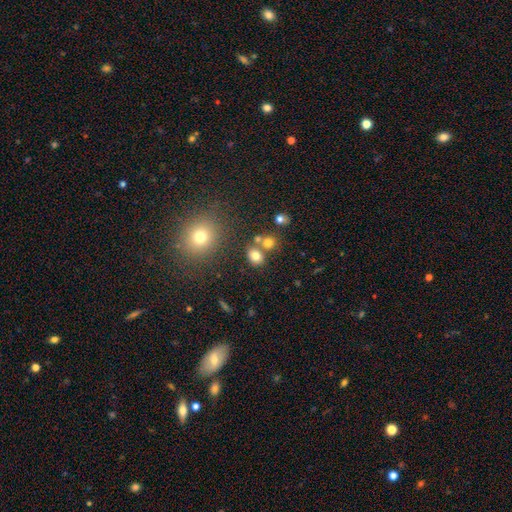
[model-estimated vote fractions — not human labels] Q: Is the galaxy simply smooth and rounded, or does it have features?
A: smooth — 76%.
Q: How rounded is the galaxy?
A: round — 51%.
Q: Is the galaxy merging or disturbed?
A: none — 63%.